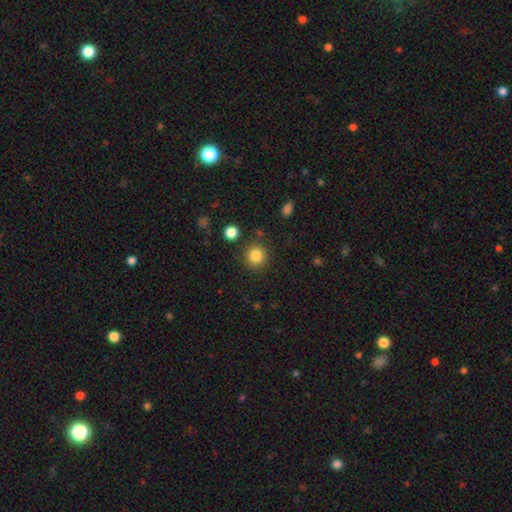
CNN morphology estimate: smooth_or_featured: smooth (p=0.85) [alt: star or artifact p=0.11]
how_rounded: round (p=0.92) [alt: in between p=0.07]
merging: none (p=0.87) [alt: minor disturbance p=0.07]